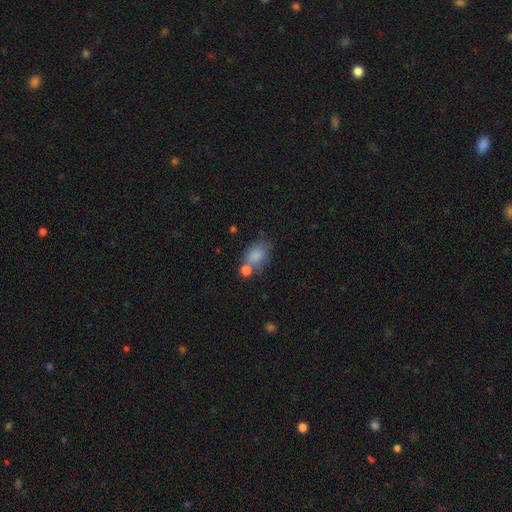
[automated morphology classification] smooth_or_featured: smooth (p=0.81) [alt: featured or disk p=0.10]
how_rounded: in between (p=0.77) [alt: round p=0.21]
merging: none (p=0.44) [alt: merger p=0.28]